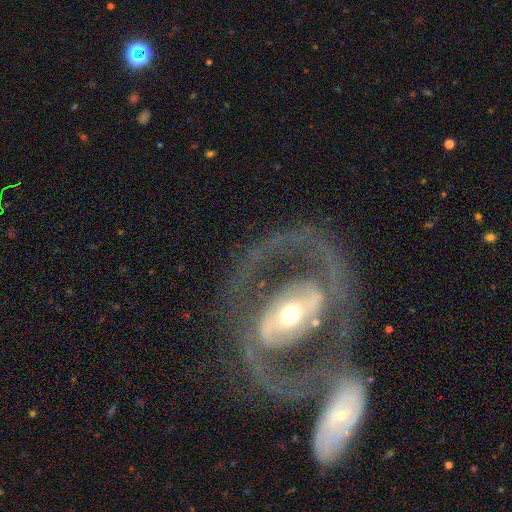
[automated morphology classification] Smooth or featured: featured or disk — 86% (smooth — 9%)
Edge-on disk: no — 95% (yes — 5%)
Bar: strong — 46% (weak — 29%)
Spiral arms: yes — 80% (no — 20%)
Spiral winding: medium — 48% (tight — 31%)
Spiral arm count: 2 — 86% (can't tell — 6%)
Bulge size: moderate — 59% (small — 31%)
Merging: none — 54% (merger — 21%)